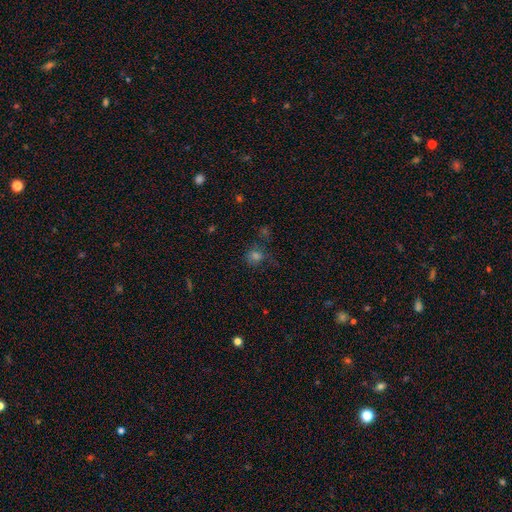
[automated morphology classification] Smooth or featured: smooth — 57% (star or artifact — 32%)
How rounded: round — 74% (in between — 24%)
Merging: none — 61% (minor disturbance — 18%)